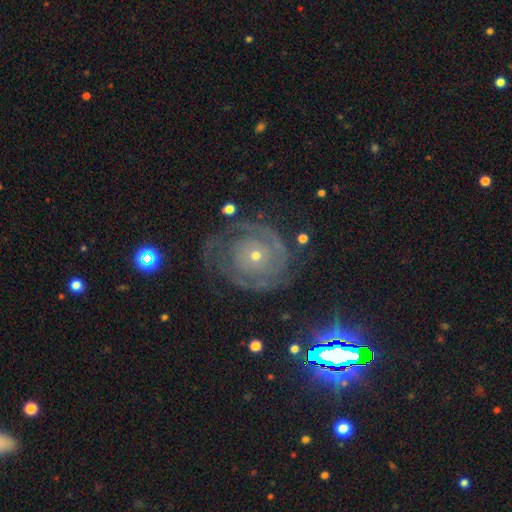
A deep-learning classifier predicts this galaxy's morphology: Q: Smooth or featured?
A: featured or disk (84%); runner-up: smooth (9%)
Q: Edge-on disk?
A: no (97%); runner-up: yes (3%)
Q: Bar?
A: no (83%); runner-up: weak (13%)
Q: Spiral arms?
A: yes (92%); runner-up: no (8%)
Q: Spiral winding?
A: tight (75%); runner-up: medium (20%)
Q: Spiral arm count?
A: 2 (36%); runner-up: can't tell (30%)
Q: Bulge size?
A: small (69%); runner-up: moderate (27%)
Q: Merging?
A: none (71%); runner-up: minor disturbance (16%)